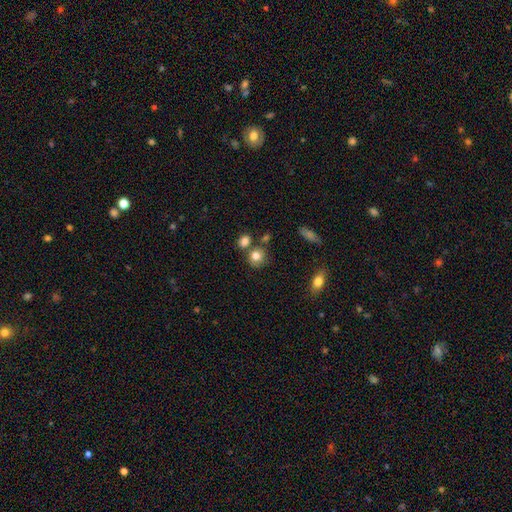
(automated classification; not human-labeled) A smooth galaxy with no disk features (81%) that is round (78%). Merging: none (65%).